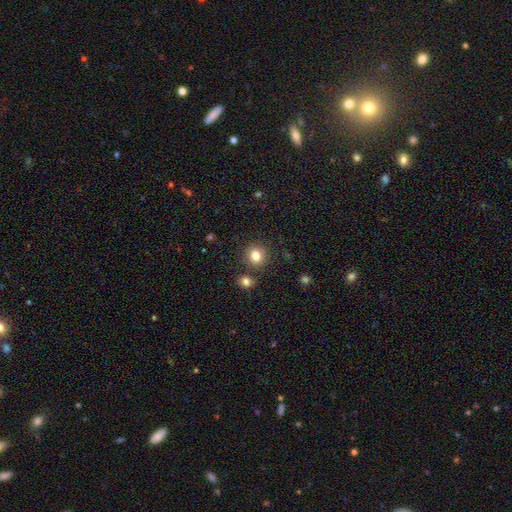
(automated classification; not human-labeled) This is clearly a smooth galaxy (82%). How rounded: clearly round (87%). Merging: clearly none (83%).